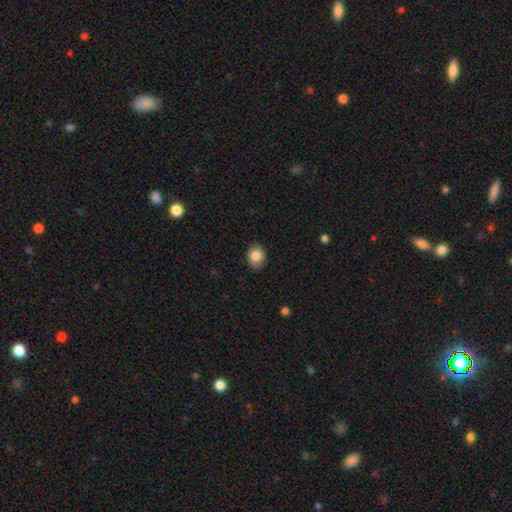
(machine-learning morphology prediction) Smooth or featured?
  - smooth: 85% *
  - star or artifact: 9%
  - featured or disk: 7%
How rounded?
  - round: 50% *
  - in between: 49%
  - cigar-shaped: 1%
Merging?
  - none: 85% *
  - minor disturbance: 11%
  - major disturbance: 2%
  - merger: 1%